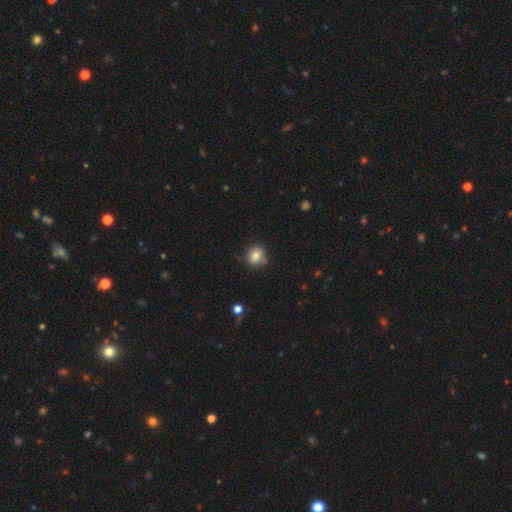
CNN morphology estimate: smooth_or_featured: smooth (p=0.80) [alt: star or artifact p=0.10]
how_rounded: round (p=0.69) [alt: in between p=0.30]
merging: none (p=0.73) [alt: minor disturbance p=0.16]